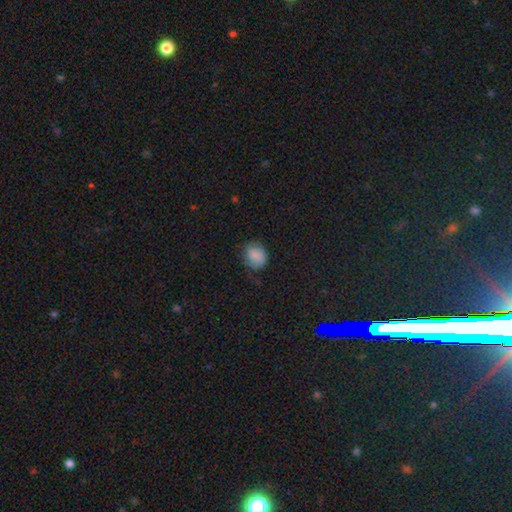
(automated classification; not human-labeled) This is clearly a smooth galaxy (85%). How rounded: possibly round (59%). Merging: likely none (70%).